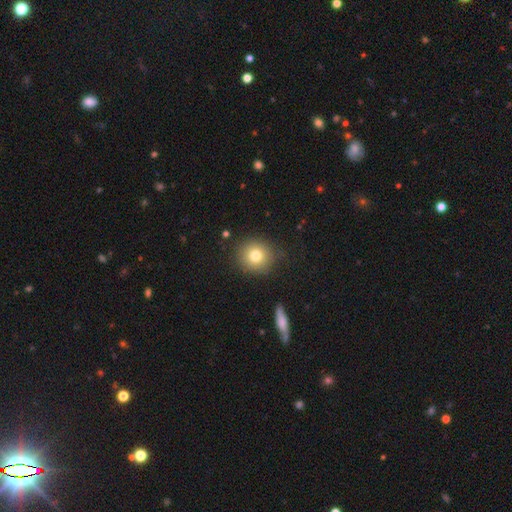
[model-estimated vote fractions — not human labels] Morphology: type=smooth (77%); roundness=round (90%); merging=none (86%).